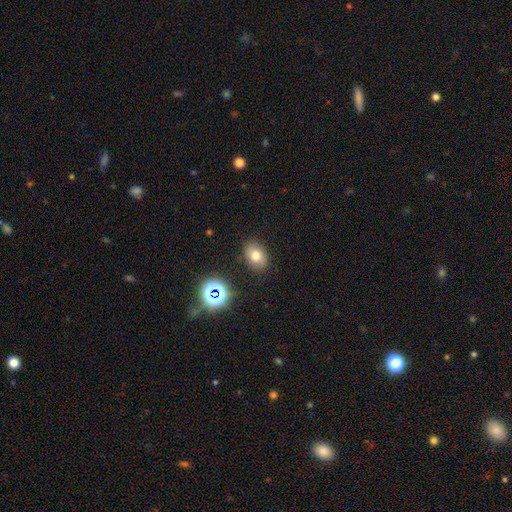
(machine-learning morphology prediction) A smooth galaxy with no disk features (72%) that is in between round and cigar-shaped (75%).

Vote fractions:
- Smooth or featured? smooth: 72% / star or artifact: 15% / featured or disk: 13%
- How rounded? in between: 75% / round: 24% / cigar-shaped: 1%
- Merging? none: 85% / minor disturbance: 10% / major disturbance: 3% / merger: 2%